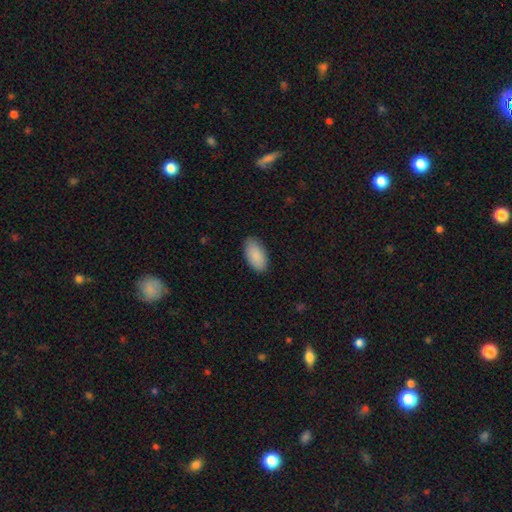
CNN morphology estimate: Overall: smooth (90%). How rounded: in between (95%). Merging: none (86%).